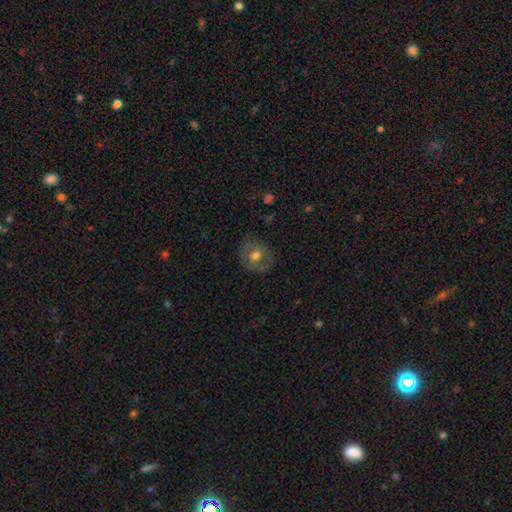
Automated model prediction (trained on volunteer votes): smooth-or-featured: smooth: 57% | featured or disk: 34% | star or artifact: 8%
  how-rounded: round: 78% | in between: 21% | cigar-shaped: 1%
  merging: none: 80% | minor disturbance: 14% | major disturbance: 5% | merger: 1%